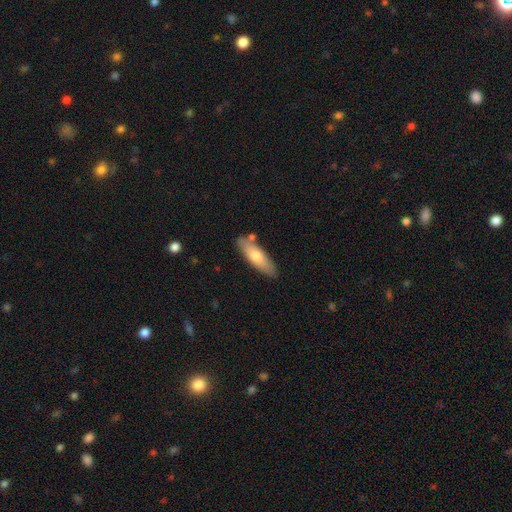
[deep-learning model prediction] smooth_or_featured: smooth (p=0.68) [alt: featured or disk p=0.26]
how_rounded: cigar-shaped (p=0.53) [alt: in between p=0.45]
merging: none (p=0.81) [alt: minor disturbance p=0.12]